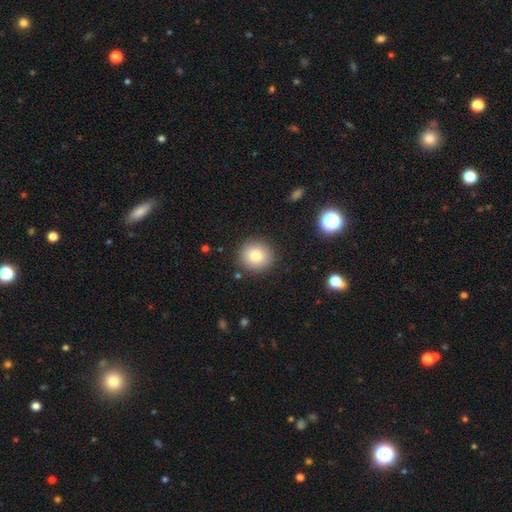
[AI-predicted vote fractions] Overall: smooth (79%). How rounded: round (92%). Merging: none (90%).